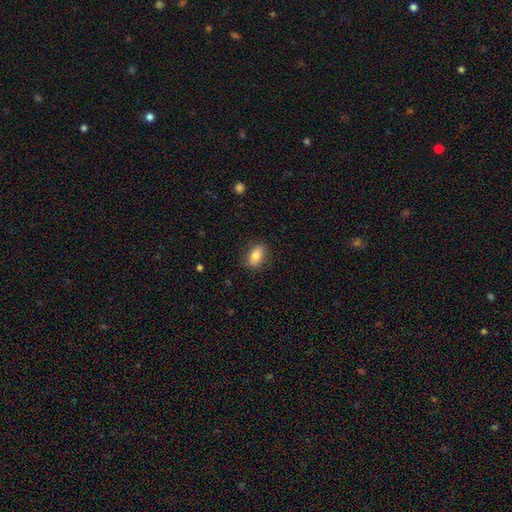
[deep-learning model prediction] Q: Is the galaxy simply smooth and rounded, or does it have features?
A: smooth — 79%.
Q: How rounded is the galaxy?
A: in between — 84%.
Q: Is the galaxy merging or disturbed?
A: none — 85%.